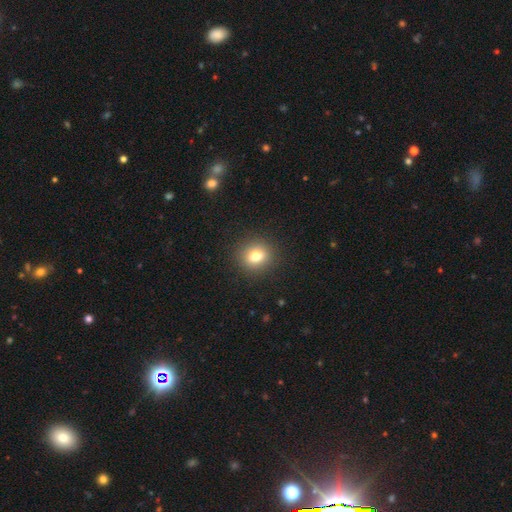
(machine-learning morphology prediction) smooth_or_featured: smooth (p=0.78) [alt: star or artifact p=0.12]
how_rounded: round (p=0.77) [alt: in between p=0.22]
merging: none (p=0.90) [alt: minor disturbance p=0.06]